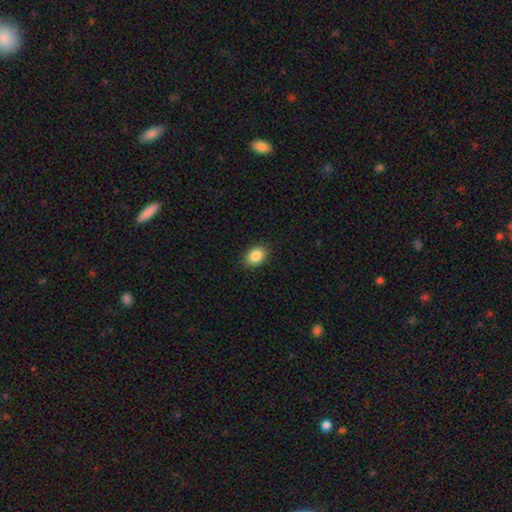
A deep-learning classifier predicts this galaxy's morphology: type=smooth (87%); roundness=in between (71%); merging=none (88%).